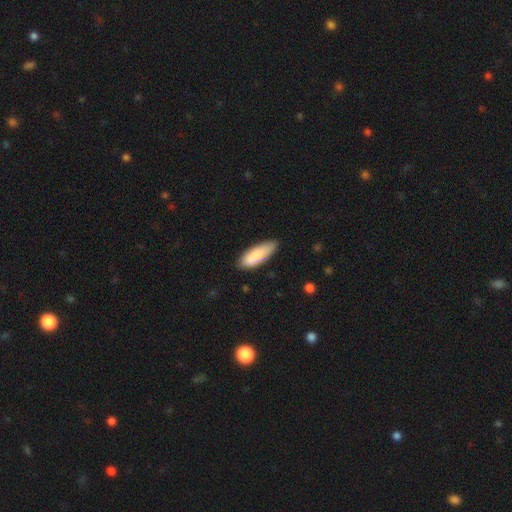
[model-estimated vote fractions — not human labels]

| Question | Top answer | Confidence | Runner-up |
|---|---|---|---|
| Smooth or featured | smooth | 82% | featured or disk (12%) |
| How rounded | in between | 66% | cigar-shaped (33%) |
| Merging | none | 77% | minor disturbance (18%) |